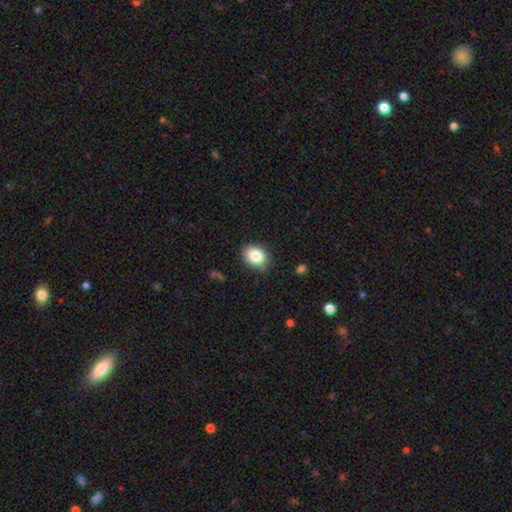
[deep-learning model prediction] Smooth or featured?
  - smooth: 85% *
  - star or artifact: 8%
  - featured or disk: 7%
How rounded?
  - in between: 63% *
  - round: 36%
  - cigar-shaped: 1%
Merging?
  - none: 82% *
  - minor disturbance: 14%
  - major disturbance: 3%
  - merger: 1%